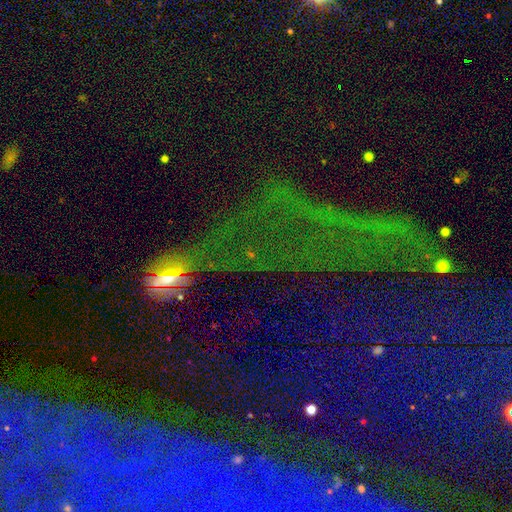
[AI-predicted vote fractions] star or artifact 69%, featured or disk 16%, smooth 15%.